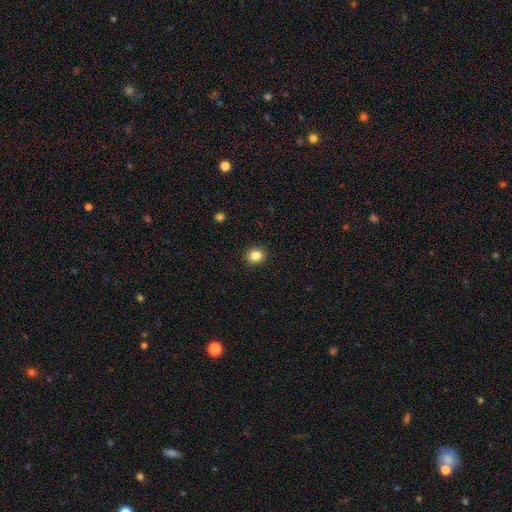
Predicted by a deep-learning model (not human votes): smooth_or_featured: smooth (p=0.85) [alt: star or artifact p=0.11]
how_rounded: round (p=0.79) [alt: in between p=0.20]
merging: none (p=0.92) [alt: minor disturbance p=0.06]